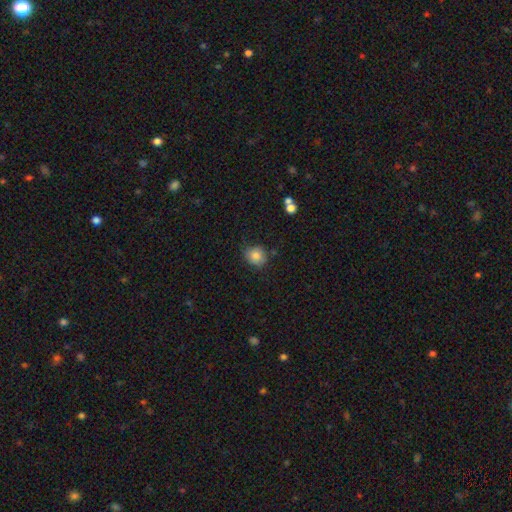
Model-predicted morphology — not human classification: The model was most divided on "merging": none: 75%, minor disturbance: 19%, major disturbance: 4%, merger: 3%. More confident: how rounded — round (82%); smooth or featured — smooth (81%).